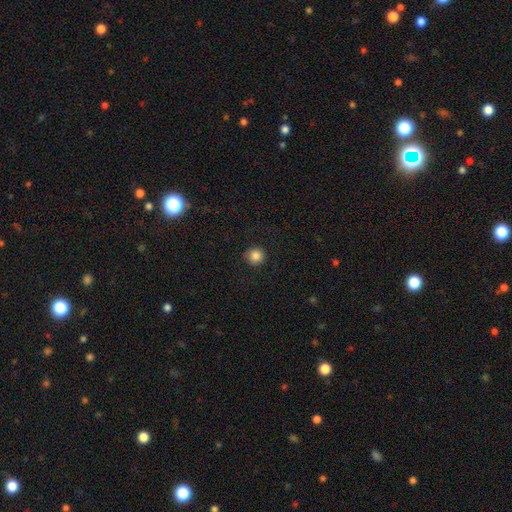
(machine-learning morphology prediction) The model was most divided on "smooth or featured": smooth: 85%, star or artifact: 10%, featured or disk: 5%. More confident: how rounded — round (94%); merging — none (89%).